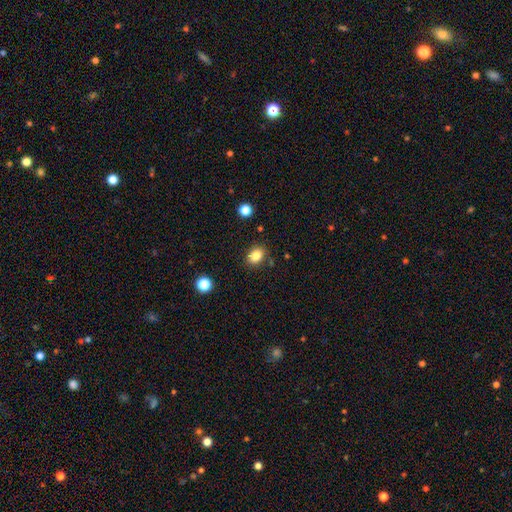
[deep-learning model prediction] smooth-or-featured: smooth: 84% | star or artifact: 10% | featured or disk: 5%
  how-rounded: in between: 64% | round: 35% | cigar-shaped: 1%
  merging: none: 84% | minor disturbance: 10% | merger: 3% | major disturbance: 3%